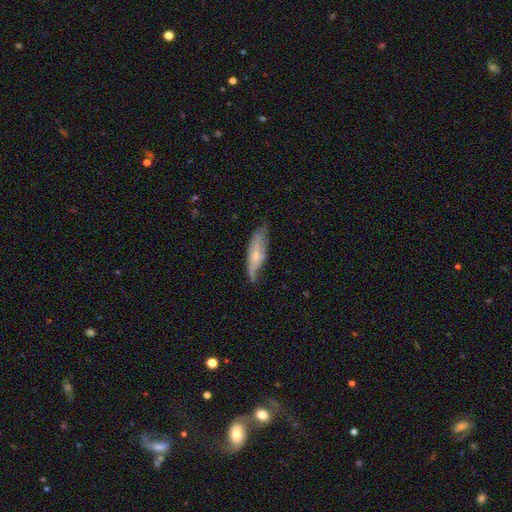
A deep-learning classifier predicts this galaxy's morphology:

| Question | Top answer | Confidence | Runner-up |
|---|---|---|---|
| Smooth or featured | featured or disk | 48% | smooth (46%) |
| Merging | none | 52% | minor disturbance (34%) |